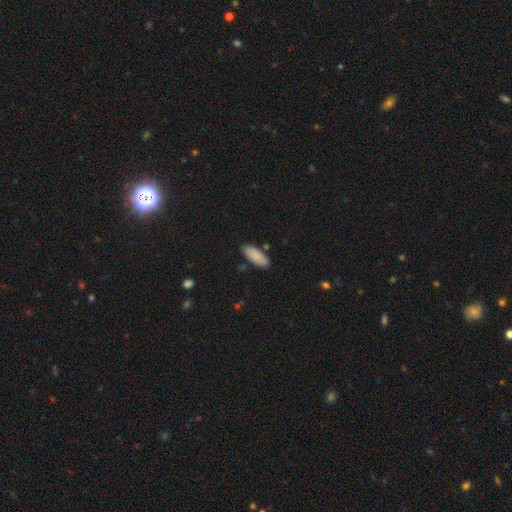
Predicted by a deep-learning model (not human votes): This is clearly a smooth galaxy (87%). How rounded: likely in between (79%). Merging: clearly none (83%).